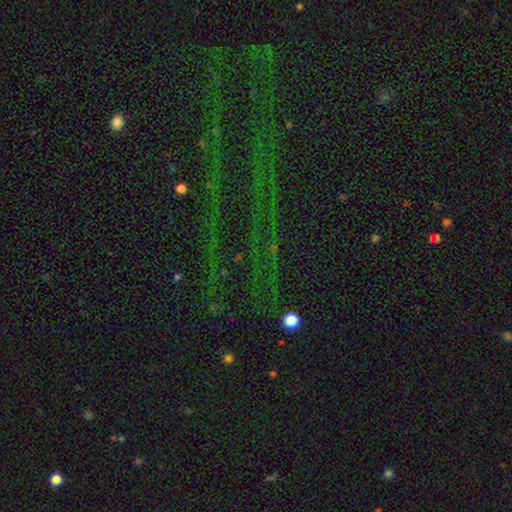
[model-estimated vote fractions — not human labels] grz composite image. It shows a star or artifact, not a galaxy (83%).